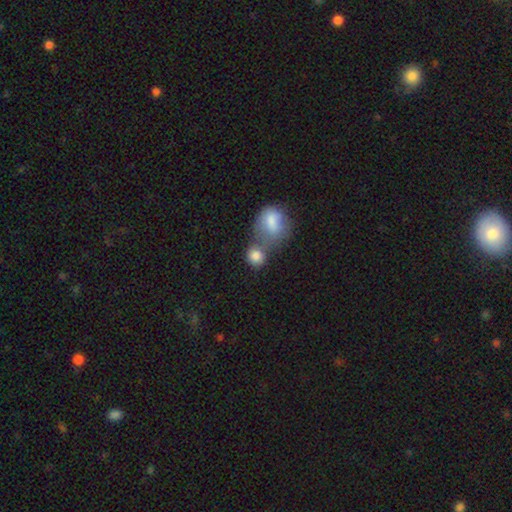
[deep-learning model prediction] smooth-or-featured: smooth: 82% | star or artifact: 9% | featured or disk: 9%
  how-rounded: round: 74% | in between: 24% | cigar-shaped: 1%
  merging: merger: 50% | none: 33% | minor disturbance: 10% | major disturbance: 7%